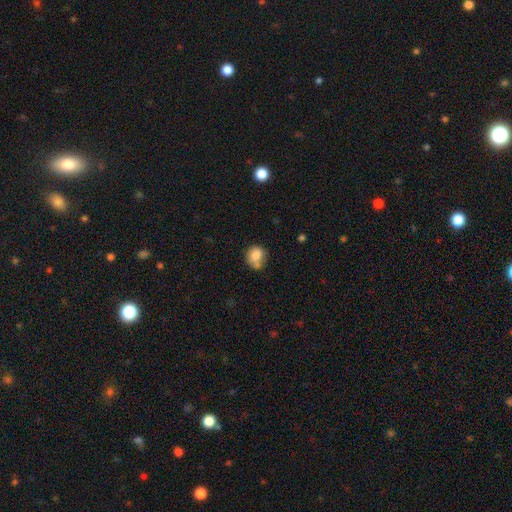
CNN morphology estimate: smooth-or-featured: smooth: 80% | featured or disk: 10% | star or artifact: 9%
  how-rounded: round: 71% | in between: 28% | cigar-shaped: 1%
  merging: none: 46% | merger: 24% | minor disturbance: 22% | major disturbance: 8%